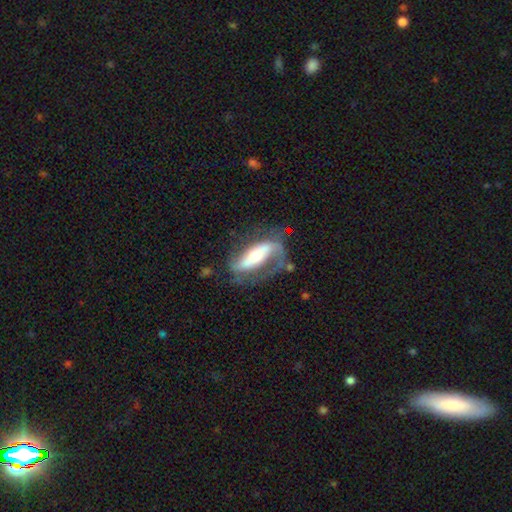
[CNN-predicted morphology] Overall: featured or disk (70%). Edge-on disk: no (81%). Bar: strong (53%; no 27%). Spiral arms: yes (76%). Bulge size: moderate (54%; small 28%). Merging: none (54%; minor disturbance 22%).